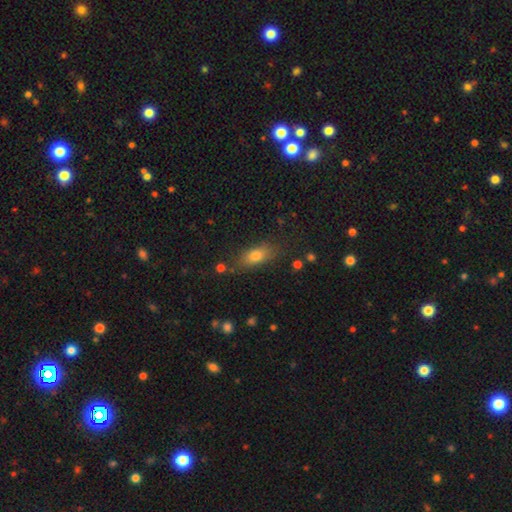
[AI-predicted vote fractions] Overall: smooth (75%). How rounded: in between (75%). Merging: none (76%).